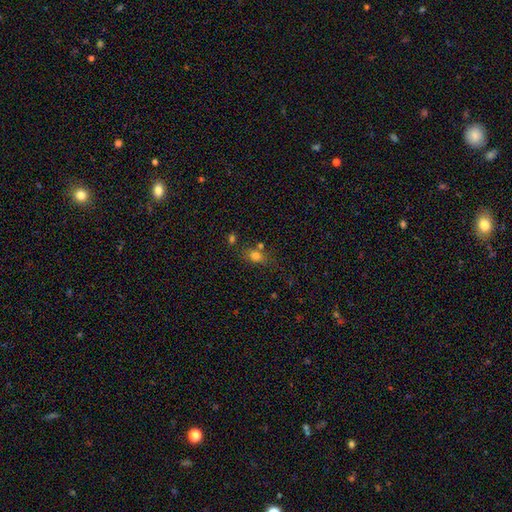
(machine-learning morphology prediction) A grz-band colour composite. It shows a smooth galaxy with no disk features (77%) that is in between round and cigar-shaped (70%). Merging: none (60%).